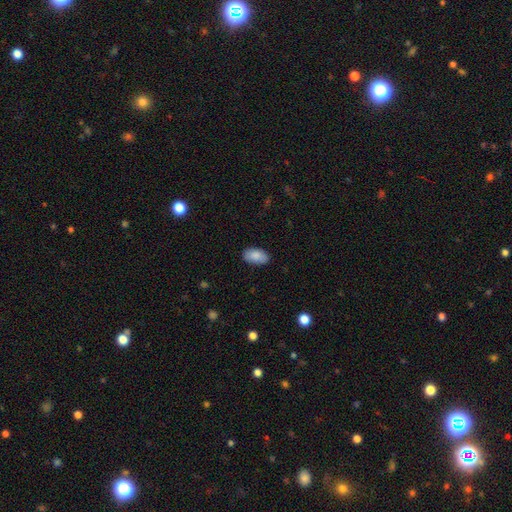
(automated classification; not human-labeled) Smooth or featured: smooth — 86% (featured or disk — 7%)
How rounded: in between — 94% (round — 4%)
Merging: none — 84% (minor disturbance — 12%)